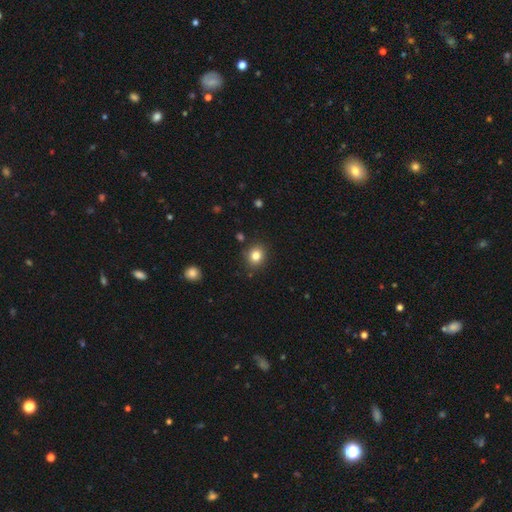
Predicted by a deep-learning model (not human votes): Overall: smooth (82%). How rounded: round (70%). Merging: none (86%).